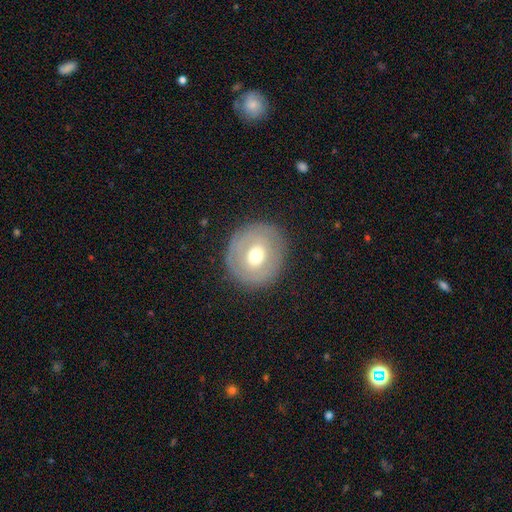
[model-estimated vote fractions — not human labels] Q: Smooth or featured?
A: smooth (49%); runner-up: featured or disk (43%)
Q: Merging?
A: none (85%); runner-up: minor disturbance (10%)